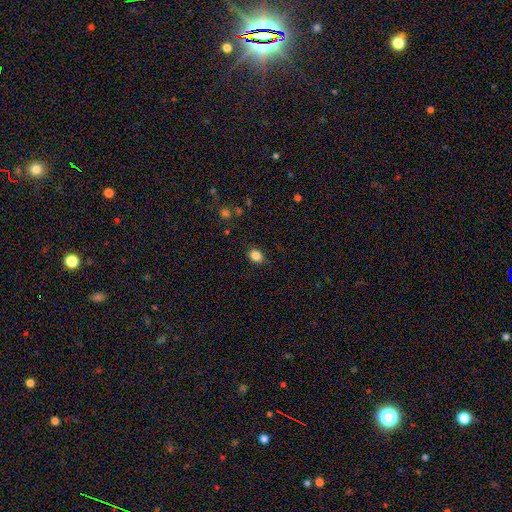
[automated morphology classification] smooth 85%, star or artifact 10%, featured or disk 5%. Down the decision tree: how rounded — in between (65%); merging — none (85%).